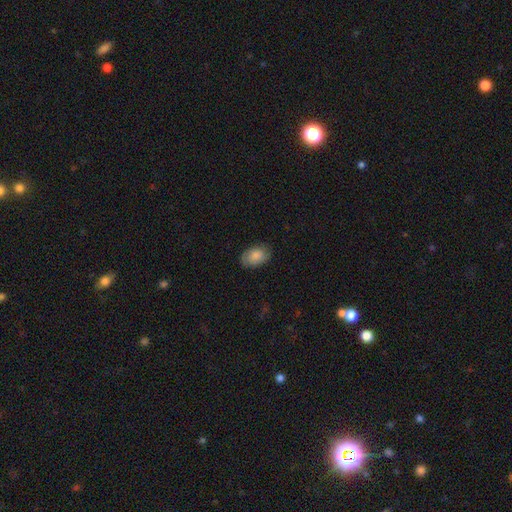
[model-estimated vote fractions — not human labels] smooth 79%, featured or disk 14%, star or artifact 7%. Down the decision tree: how rounded — in between (87%); merging — none (78%).